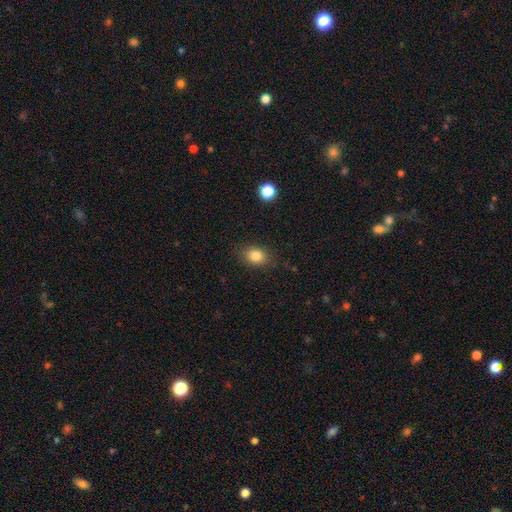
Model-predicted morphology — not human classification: Q: Smooth or featured?
A: smooth (83%); runner-up: star or artifact (10%)
Q: How rounded?
A: in between (60%); runner-up: round (39%)
Q: Merging?
A: none (85%); runner-up: minor disturbance (11%)